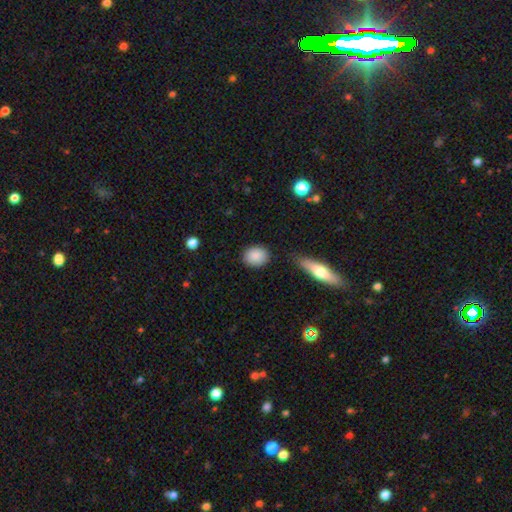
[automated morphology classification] smooth 89%, star or artifact 7%, featured or disk 5%. Down the decision tree: how rounded — round (58%); merging — none (84%).